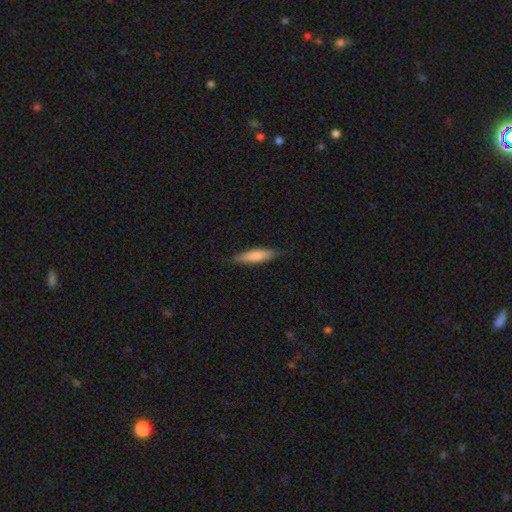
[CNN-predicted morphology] type=smooth (76%); roundness=cigar-shaped (78%); merging=none (86%).